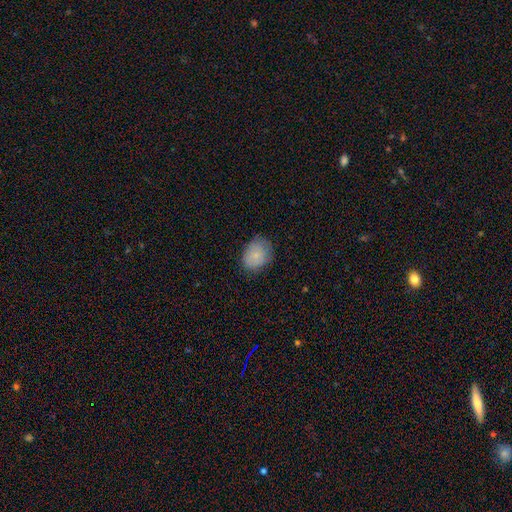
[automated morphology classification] A smooth galaxy with no disk features (81%) that is in between round and cigar-shaped (58%).

Vote fractions:
- Smooth or featured? smooth: 81% / featured or disk: 12% / star or artifact: 8%
- How rounded? in between: 58% / round: 41% / cigar-shaped: 1%
- Merging? none: 73% / minor disturbance: 21% / major disturbance: 5% / merger: 1%